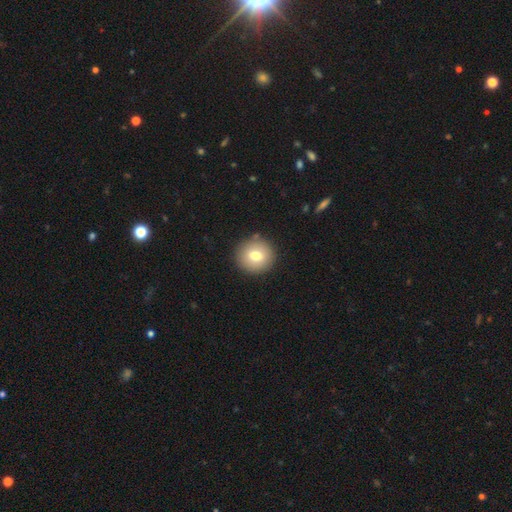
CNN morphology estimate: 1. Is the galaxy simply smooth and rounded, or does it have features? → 74% smooth, 16% featured or disk, 9% star or artifact.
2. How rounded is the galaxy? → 90% round, 9% in between, 1% cigar-shaped.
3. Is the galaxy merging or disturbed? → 88% none, 8% minor disturbance, 2% major disturbance, 2% merger.